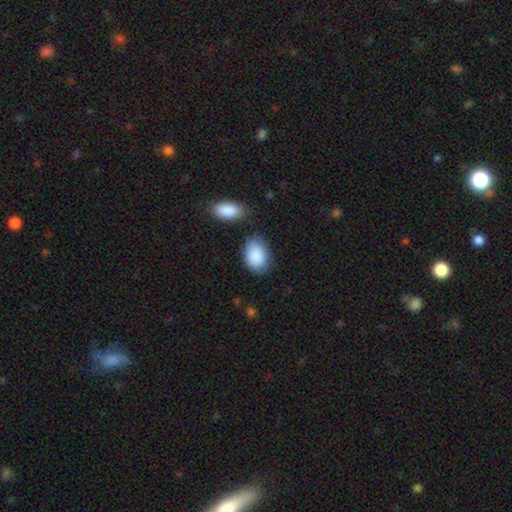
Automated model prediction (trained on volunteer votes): Q: Smooth or featured?
A: smooth (89%); runner-up: star or artifact (6%)
Q: How rounded?
A: in between (85%); runner-up: round (14%)
Q: Merging?
A: none (65%); runner-up: minor disturbance (22%)